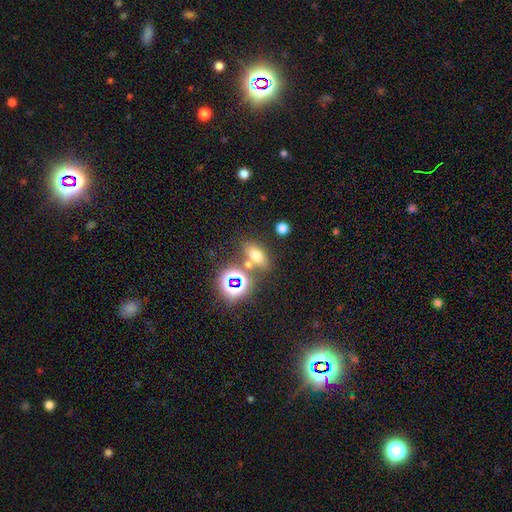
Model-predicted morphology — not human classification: smooth-or-featured: smooth: 63% | star or artifact: 25% | featured or disk: 12%
  how-rounded: in between: 68% | round: 23% | cigar-shaped: 8%
  merging: none: 68% | merger: 17% | minor disturbance: 11% | major disturbance: 4%